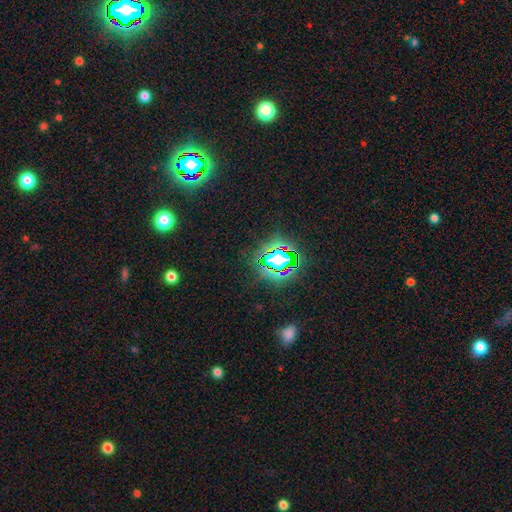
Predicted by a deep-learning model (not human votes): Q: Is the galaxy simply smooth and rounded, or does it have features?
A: star or artifact — 79%.